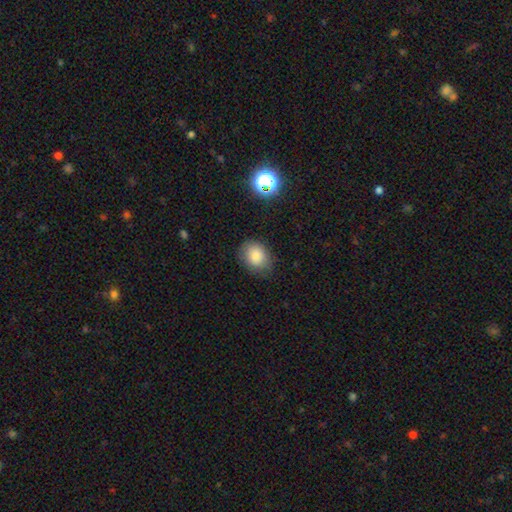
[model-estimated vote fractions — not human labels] smooth-or-featured: smooth: 82% | star or artifact: 10% | featured or disk: 7%
  how-rounded: round: 54% | in between: 45% | cigar-shaped: 1%
  merging: none: 77% | minor disturbance: 17% | major disturbance: 4% | merger: 1%